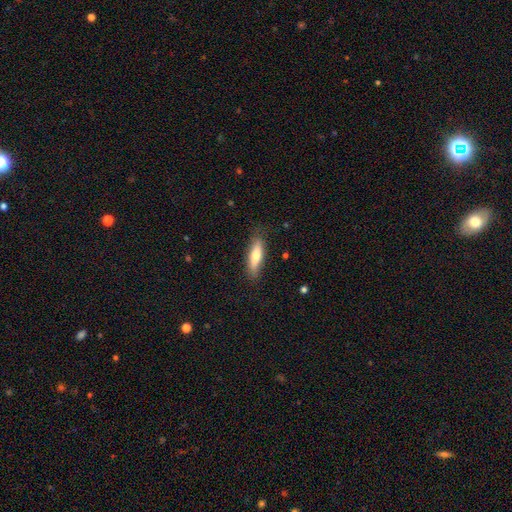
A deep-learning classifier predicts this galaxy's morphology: A smooth galaxy with no disk features (67%) that is cigar-shaped (63%).

Vote fractions:
- Smooth or featured? smooth: 67% / featured or disk: 27% / star or artifact: 6%
- How rounded? cigar-shaped: 63% / in between: 35% / round: 2%
- Merging? none: 82% / minor disturbance: 13% / major disturbance: 3% / merger: 1%